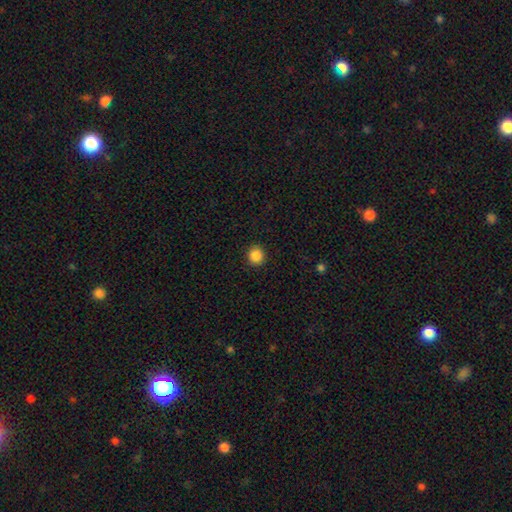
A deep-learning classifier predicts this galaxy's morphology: The model was most divided on "smooth or featured": smooth: 87%, star or artifact: 10%, featured or disk: 3%. More confident: merging — none (92%); how rounded — round (91%).